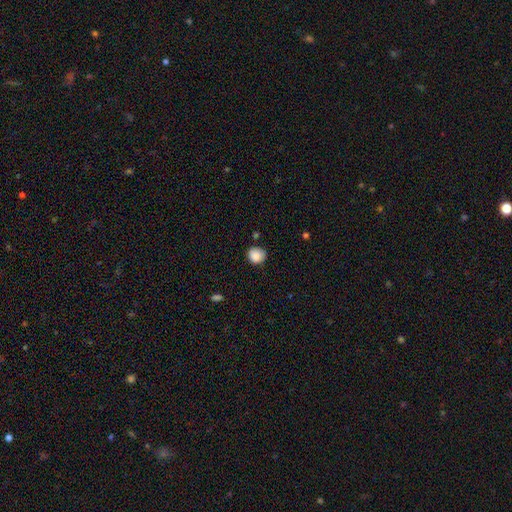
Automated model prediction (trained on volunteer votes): Smooth or featured: smooth — 87% (star or artifact — 8%)
How rounded: round — 85% (in between — 14%)
Merging: none — 74% (minor disturbance — 19%)